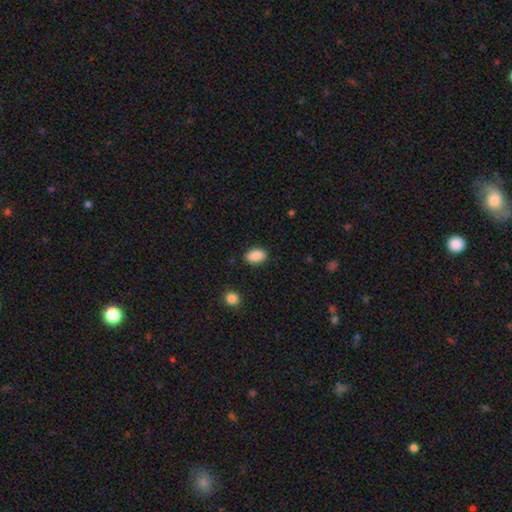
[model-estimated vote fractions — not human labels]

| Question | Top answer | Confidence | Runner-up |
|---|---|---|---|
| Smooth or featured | smooth | 90% | star or artifact (8%) |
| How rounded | in between | 90% | round (8%) |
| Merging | none | 88% | minor disturbance (9%) |